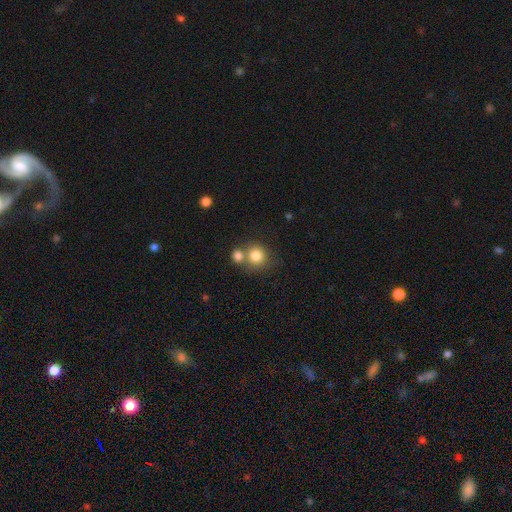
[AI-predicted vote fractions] Smooth or featured? Predicted: smooth (p=0.81). How rounded? Predicted: round (p=0.88). Merging? Predicted: none (p=0.53).